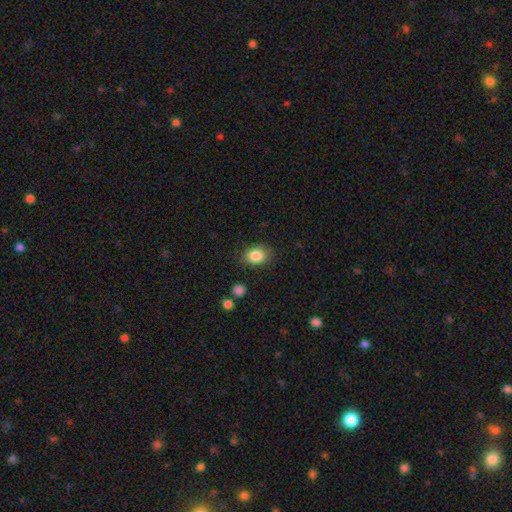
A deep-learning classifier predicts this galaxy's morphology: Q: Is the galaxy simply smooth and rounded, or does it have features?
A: smooth — 85%.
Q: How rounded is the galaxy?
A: in between — 66%.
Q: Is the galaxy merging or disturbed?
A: none — 82%.